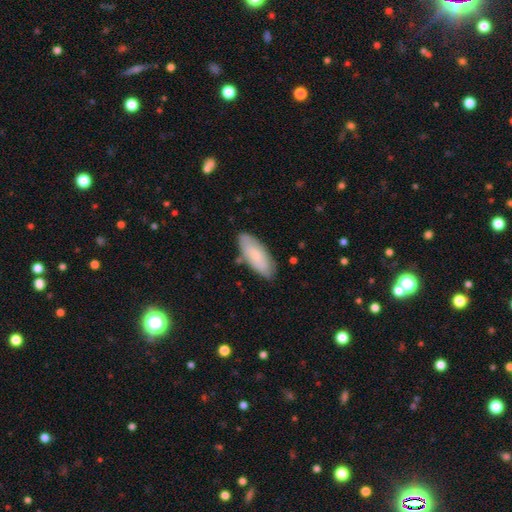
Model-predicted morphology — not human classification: type=smooth (74%); roundness=in between (78%); merging=none (81%).